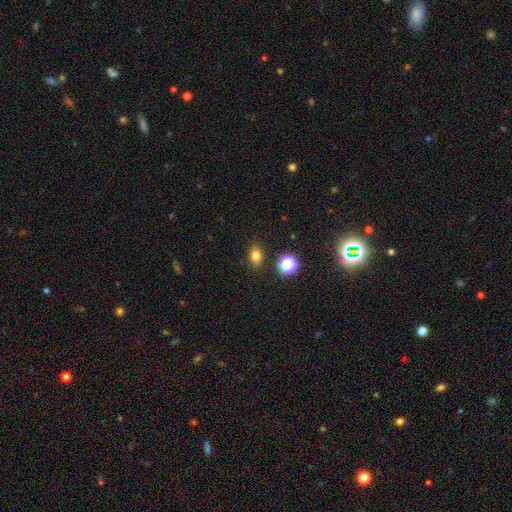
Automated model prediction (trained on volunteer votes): Morphology: type=smooth (77%); roundness=in between (71%); merging=none (86%).